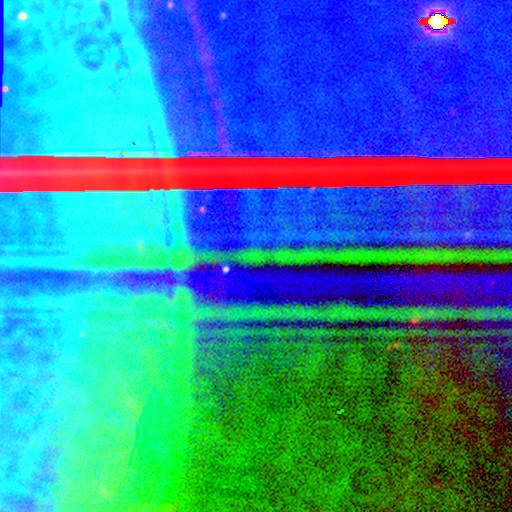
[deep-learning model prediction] Q: Smooth or featured?
A: star or artifact (83%); runner-up: featured or disk (11%)